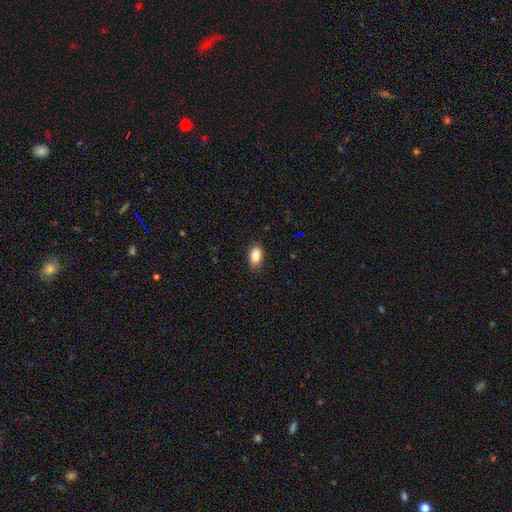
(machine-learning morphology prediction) A smooth galaxy with no disk features (89%) that is in between round and cigar-shaped (92%).

Vote fractions:
- Smooth or featured? smooth: 89% / star or artifact: 8% / featured or disk: 3%
- How rounded? in between: 92% / round: 6% / cigar-shaped: 2%
- Merging? none: 86% / minor disturbance: 11% / major disturbance: 2% / merger: 1%